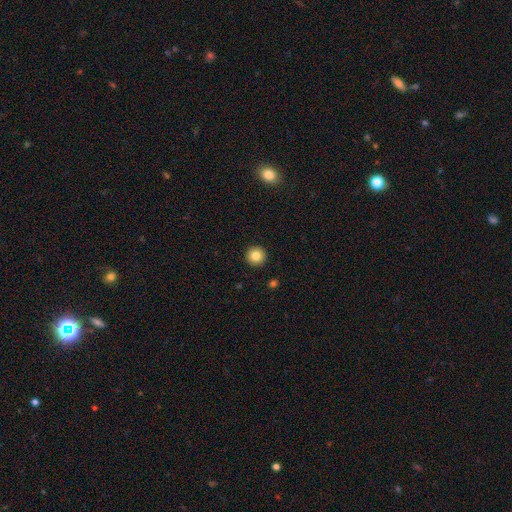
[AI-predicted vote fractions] Smooth or featured: smooth — 84% (star or artifact — 10%)
How rounded: round — 96% (in between — 3%)
Merging: none — 93% (minor disturbance — 4%)